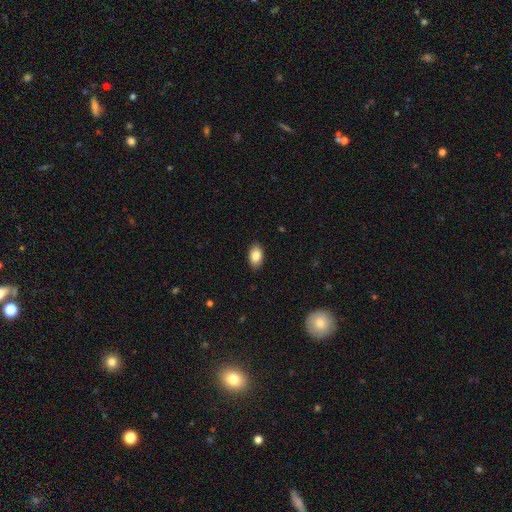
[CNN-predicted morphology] Smooth or featured: smooth — 86% (star or artifact — 7%)
How rounded: in between — 91% (round — 7%)
Merging: none — 88% (minor disturbance — 9%)